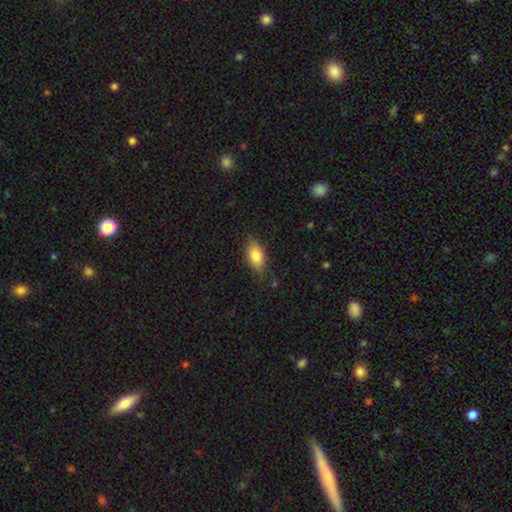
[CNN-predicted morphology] Smooth or featured? smooth (83%)
How rounded? in between (89%)
Merging? none (77%)